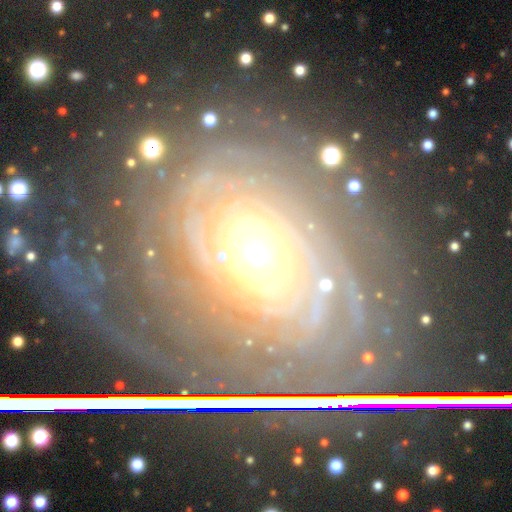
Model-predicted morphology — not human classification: smooth-or-featured: featured or disk: 87% | star or artifact: 7% | smooth: 6%
  disk-edge-on: no: 96% | yes: 4%
    bar: no: 77% | weak: 15% | strong: 8%
    has-spiral-arms: yes: 95% | no: 5%
      spiral-winding: tight: 78% | medium: 17% | loose: 5%
      spiral-arm-count: can't tell: 26% | 2: 19% | more than 4: 17% | 3: 15% | 4: 13% | 1: 10%
    bulge-size: moderate: 64% | small: 17% | large: 15% | dominant: 2% | none: 1%
  merging: none: 72% | minor disturbance: 14% | major disturbance: 10% | merger: 3%